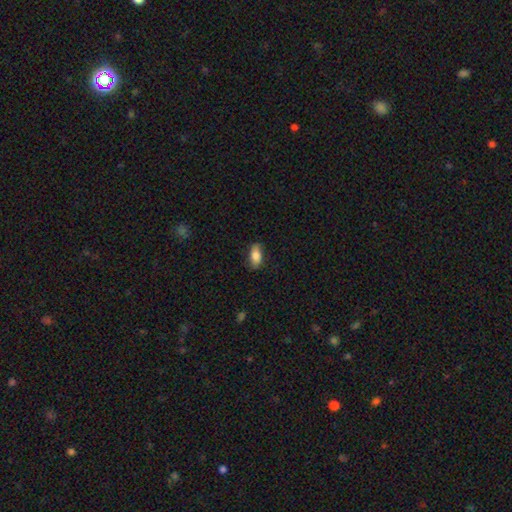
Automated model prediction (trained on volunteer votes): Morphology: type=smooth (82%); roundness=in between (88%); merging=none (79%).